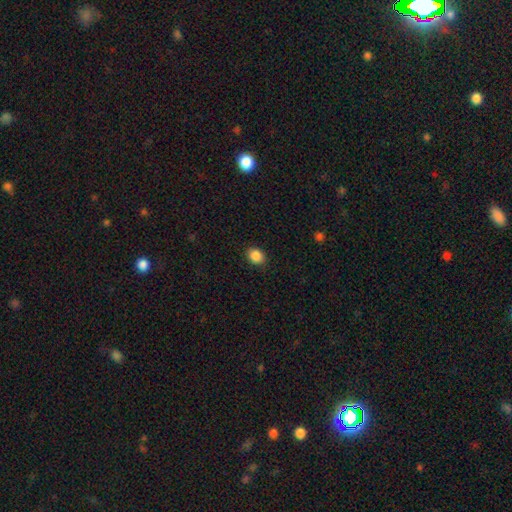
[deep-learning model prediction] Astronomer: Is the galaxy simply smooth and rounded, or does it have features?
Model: smooth — 88%.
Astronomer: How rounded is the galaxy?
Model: round — 53% (runner-up: in between, 46%).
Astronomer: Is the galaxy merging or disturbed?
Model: none — 89%.